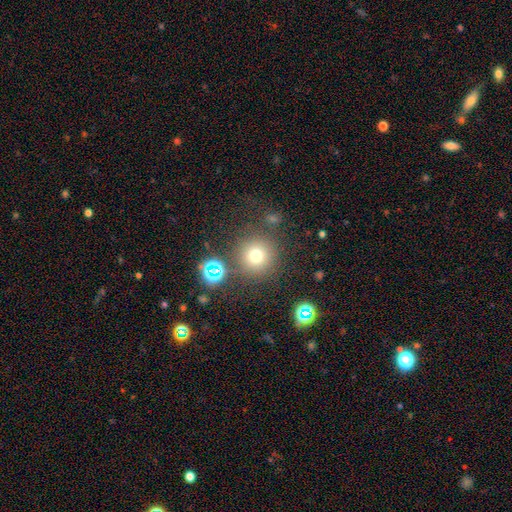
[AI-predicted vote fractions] smooth_or_featured: smooth (p=0.71) [alt: star or artifact p=0.19]
how_rounded: round (p=0.95) [alt: in between p=0.04]
merging: none (p=0.81) [alt: minor disturbance p=0.08]